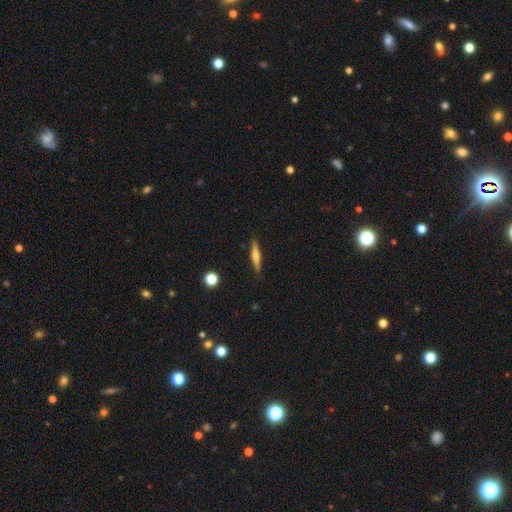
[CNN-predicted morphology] This appears to be a featured or disk galaxy (48%). Merging: none (89%).